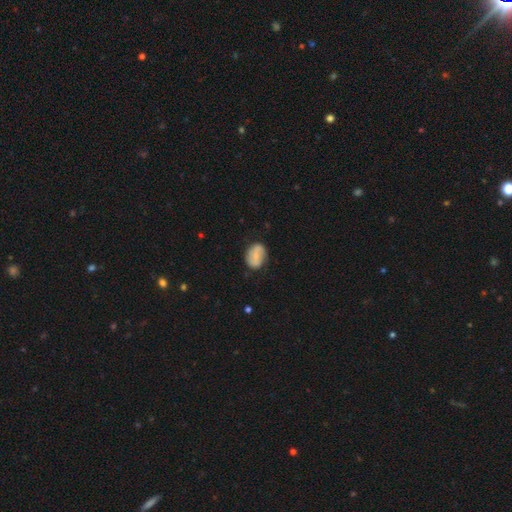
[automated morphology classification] Smooth or featured: smooth — 55% (featured or disk — 38%)
How rounded: in between — 71% (round — 28%)
Merging: none — 76% (minor disturbance — 18%)